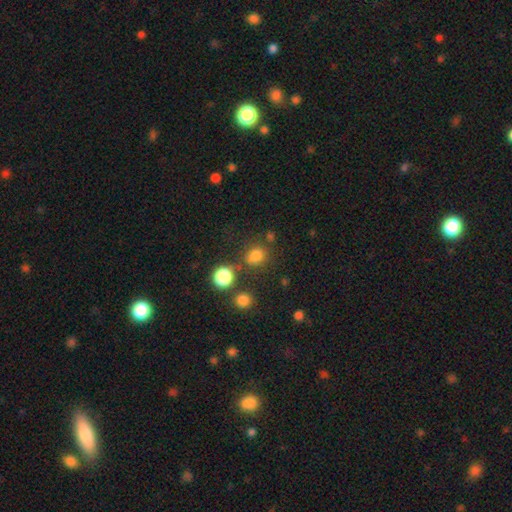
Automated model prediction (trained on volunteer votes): A smooth galaxy with no disk features (77%) that is round (66%).

Vote fractions:
- Smooth or featured? smooth: 77% / star or artifact: 18% / featured or disk: 6%
- How rounded? round: 66% / in between: 33% / cigar-shaped: 1%
- Merging? none: 70% / minor disturbance: 14% / merger: 10% / major disturbance: 6%